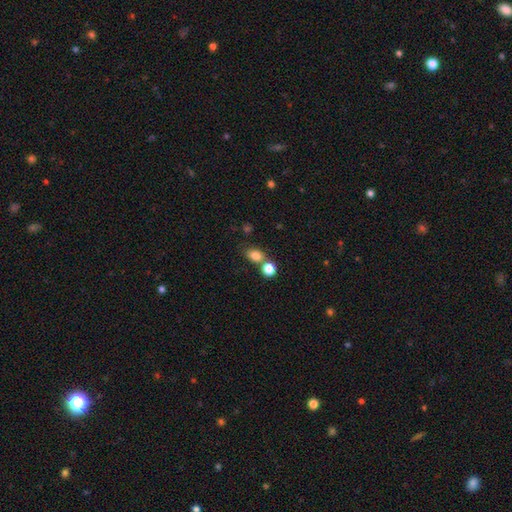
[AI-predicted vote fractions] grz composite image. It shows a smooth galaxy with no disk features (80%) that is in between round and cigar-shaped (61%). Merging: none (56%).